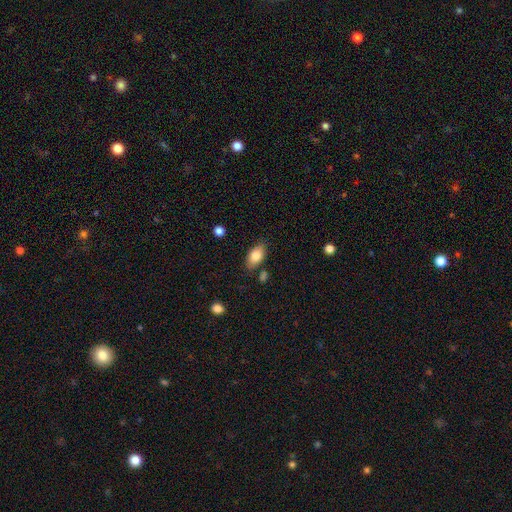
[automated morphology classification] Smooth or featured?
  - smooth: 80% *
  - featured or disk: 13%
  - star or artifact: 7%
How rounded?
  - in between: 91% *
  - round: 6%
  - cigar-shaped: 3%
Merging?
  - none: 81% *
  - minor disturbance: 13%
  - merger: 4%
  - major disturbance: 3%